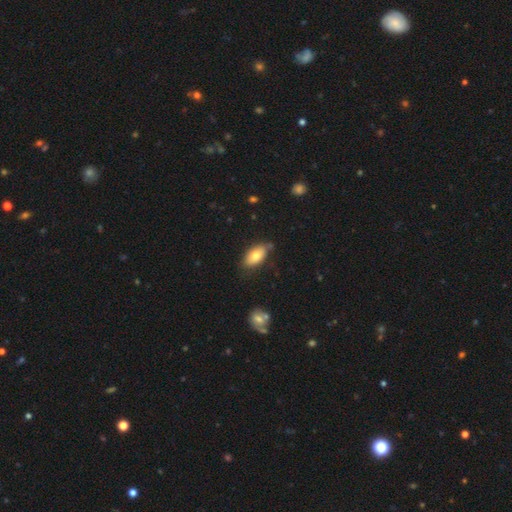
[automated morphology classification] This appears to be a smooth galaxy with no disk features (75%) that is in between round and cigar-shaped (92%). Merging: none (72%).